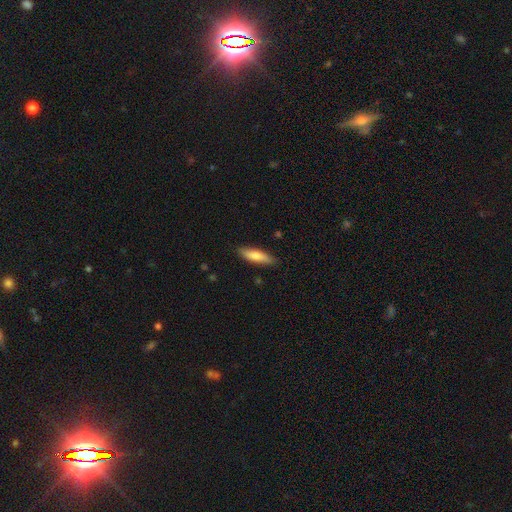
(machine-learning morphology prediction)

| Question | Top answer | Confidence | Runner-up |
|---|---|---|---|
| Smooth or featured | smooth | 77% | featured or disk (17%) |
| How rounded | cigar-shaped | 61% | in between (37%) |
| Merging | none | 84% | minor disturbance (13%) |